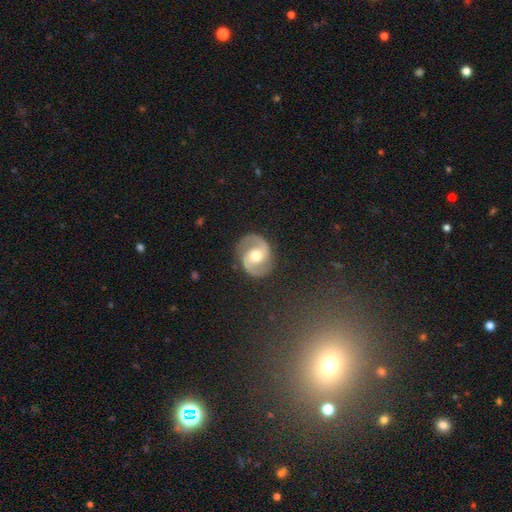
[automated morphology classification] This is clearly a featured or disk galaxy (89%). It is clearly not viewed edge-on (98%). Bar: marginally no (44%). Spiral arm pattern: clearly yes (97%). Spiral arm count: clearly 2 (94%). Spiral winding: possibly medium (56%). Central bulge: likely moderate (76%). Merging: clearly none (86%).